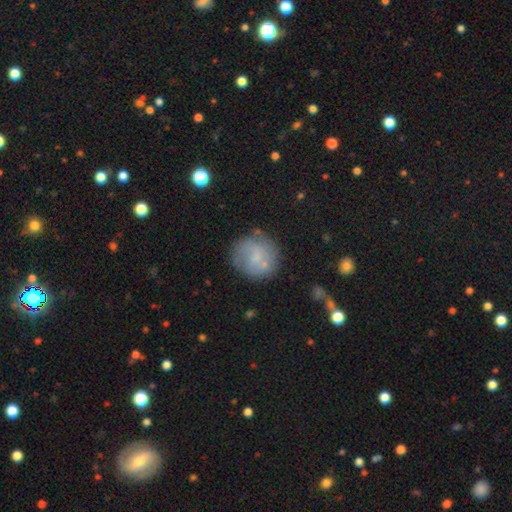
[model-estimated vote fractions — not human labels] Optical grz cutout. It shows a smooth galaxy with no disk features (54%) that is round (88%). Merging: none (66%).